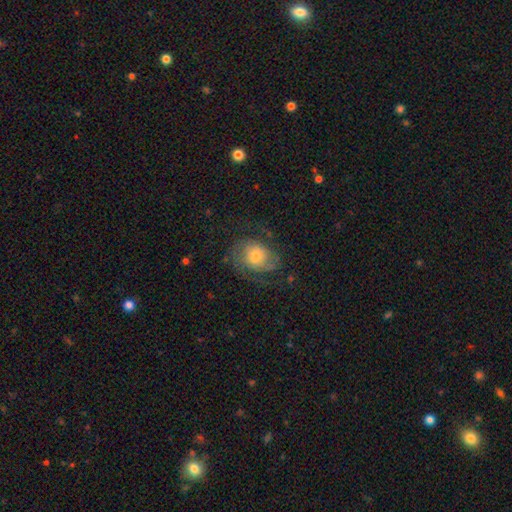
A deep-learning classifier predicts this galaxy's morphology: Q: Smooth or featured?
A: featured or disk (62%); runner-up: smooth (29%)
Q: Edge-on disk?
A: no (97%); runner-up: yes (3%)
Q: Bar?
A: no (68%); runner-up: weak (28%)
Q: Spiral arms?
A: yes (87%); runner-up: no (13%)
Q: Spiral winding?
A: medium (48%); runner-up: tight (27%)
Q: Spiral arm count?
A: 2 (66%); runner-up: can't tell (16%)
Q: Bulge size?
A: small (36%); runner-up: moderate (34%)
Q: Merging?
A: none (60%); runner-up: major disturbance (20%)